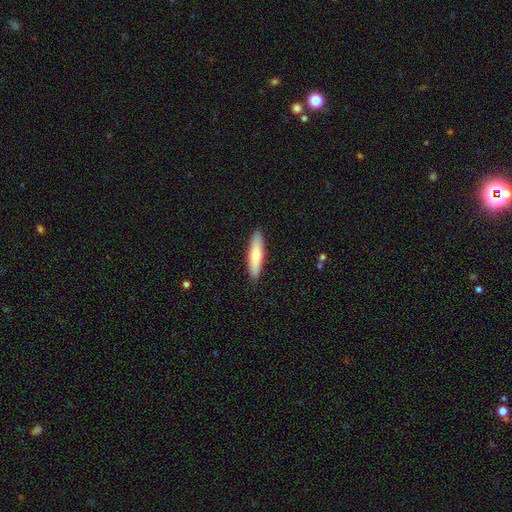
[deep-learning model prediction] Morphology: type=smooth (69%); roundness=cigar-shaped (74%); merging=none (90%).